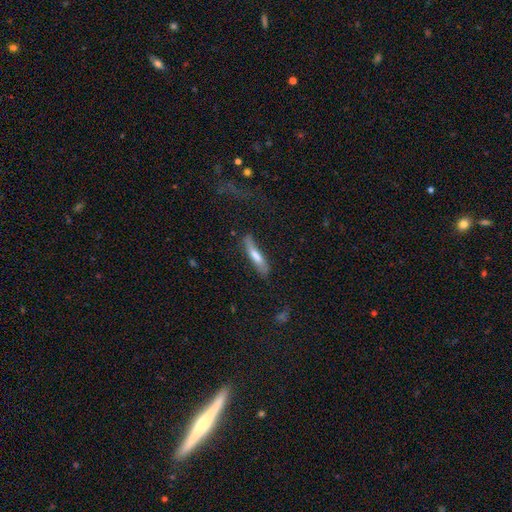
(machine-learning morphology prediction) Smooth or featured: smooth — 58% (featured or disk — 34%)
How rounded: cigar-shaped — 85% (in between — 13%)
Merging: none — 69% (minor disturbance — 20%)